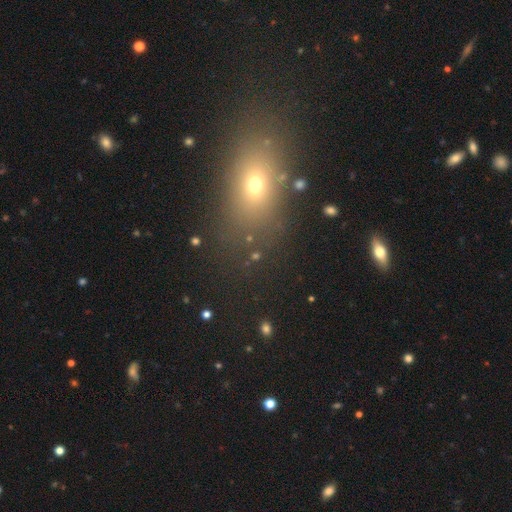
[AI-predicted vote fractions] Smooth or featured? Predicted: smooth (p=0.57). How rounded? Predicted: in between (p=0.59). Merging? Predicted: none (p=0.75).